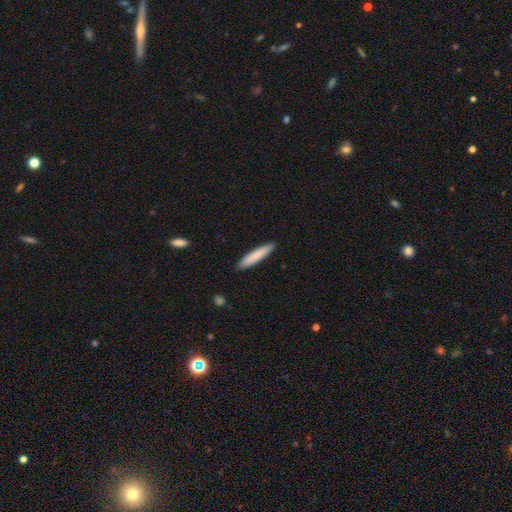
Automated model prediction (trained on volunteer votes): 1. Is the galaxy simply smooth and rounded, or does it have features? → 83% smooth, 11% featured or disk, 5% star or artifact.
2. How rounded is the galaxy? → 91% cigar-shaped, 8% in between, 1% round.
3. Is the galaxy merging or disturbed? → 91% none, 7% minor disturbance, 1% major disturbance, 1% merger.